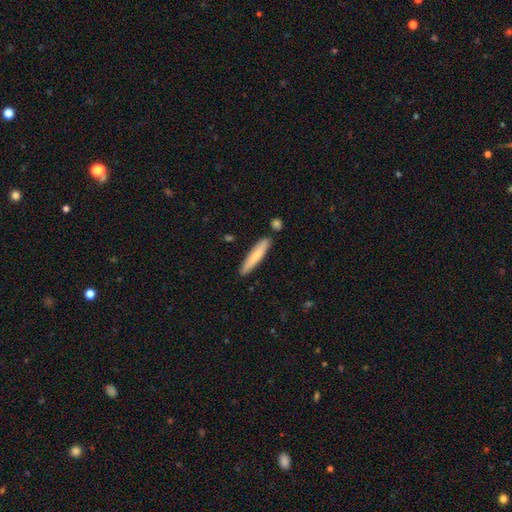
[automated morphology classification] Smooth or featured: smooth — 73% (featured or disk — 22%)
How rounded: cigar-shaped — 91% (in between — 8%)
Merging: none — 85% (minor disturbance — 10%)